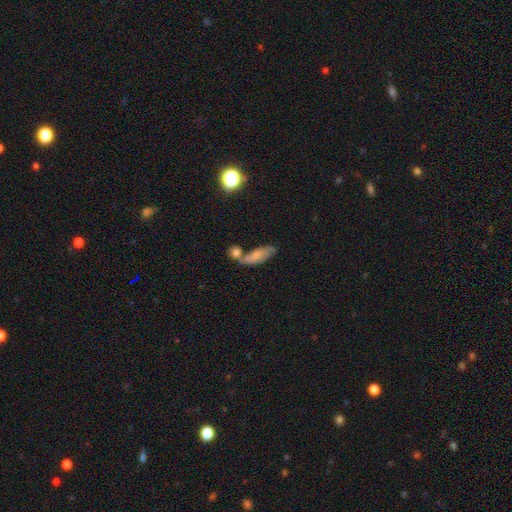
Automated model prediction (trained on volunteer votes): smooth_or_featured: smooth (p=0.56) [alt: featured or disk p=0.34]
how_rounded: in between (p=0.66) [alt: cigar-shaped p=0.29]
merging: none (p=0.38) [alt: merger p=0.37]